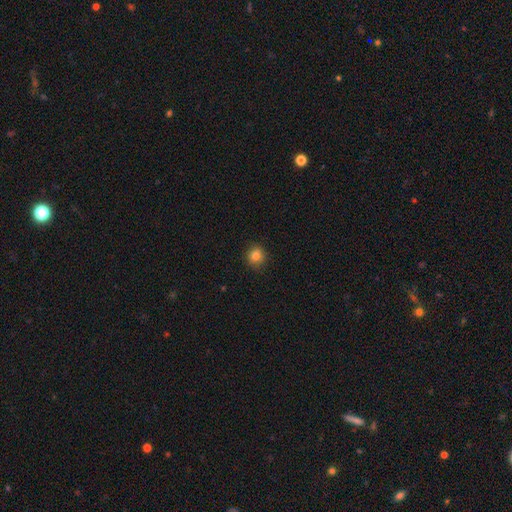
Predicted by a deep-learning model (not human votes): smooth 84%, star or artifact 12%, featured or disk 5%. Down the decision tree: how rounded — round (89%); merging — none (90%).